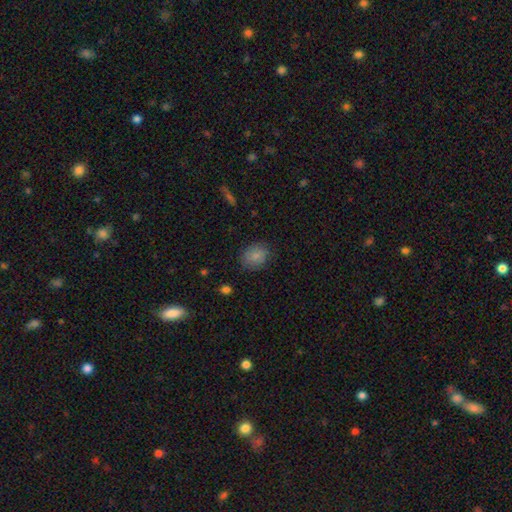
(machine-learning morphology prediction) smooth_or_featured: smooth (p=0.83) [alt: featured or disk p=0.09]
how_rounded: round (p=0.50) [alt: in between p=0.49]
merging: none (p=0.76) [alt: minor disturbance p=0.18]